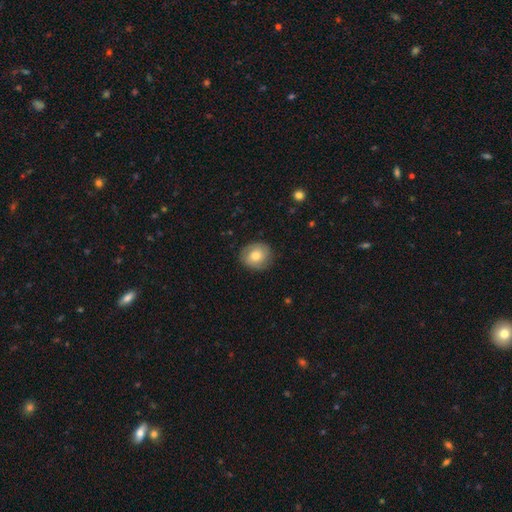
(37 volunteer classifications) A smooth galaxy with no disk features (73%) that is round (81%).

Vote fractions:
- Smooth or featured? smooth: 73% / featured or disk: 22% / star or artifact: 5%
- How rounded? round: 81% / in between: 19% / cigar-shaped: 0%
- Merging? none: 91% / minor disturbance: 6% / major disturbance: 3% / merger: 0%